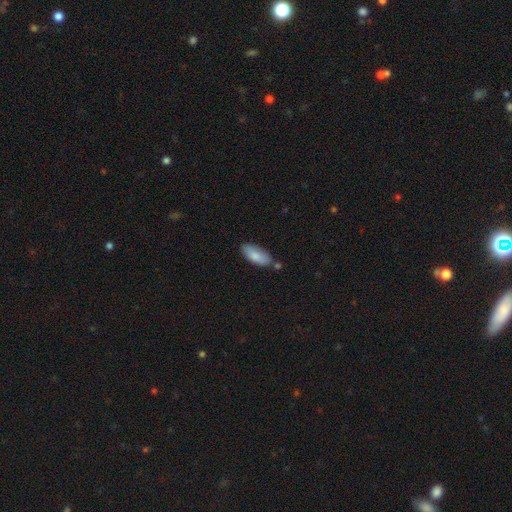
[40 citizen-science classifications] Overall: smooth (80%). How rounded: in between (81%). Merging: none (50%; minor disturbance 39%).